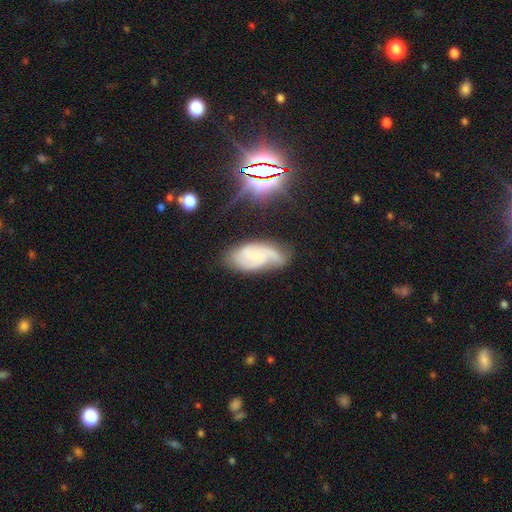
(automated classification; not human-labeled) Overall: featured or disk (60%; smooth 28%). Edge-on disk: no (94%). Bar: no (63%; weak 30%). Spiral arms: yes (90%). Spiral arm count: 2 (47%; can't tell 24%). Spiral winding: medium (42%; tight 36%). Bulge size: small (50%; none 34%). Merging: none (54%; minor disturbance 29%).